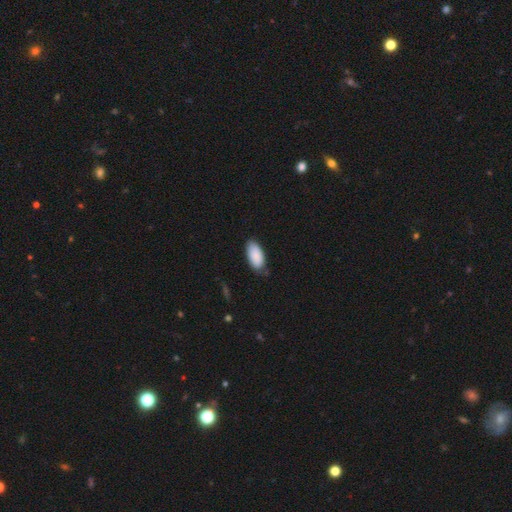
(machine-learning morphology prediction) Q: Smooth or featured?
A: smooth (89%); runner-up: star or artifact (6%)
Q: How rounded?
A: in between (92%); runner-up: cigar-shaped (6%)
Q: Merging?
A: none (69%); runner-up: minor disturbance (25%)